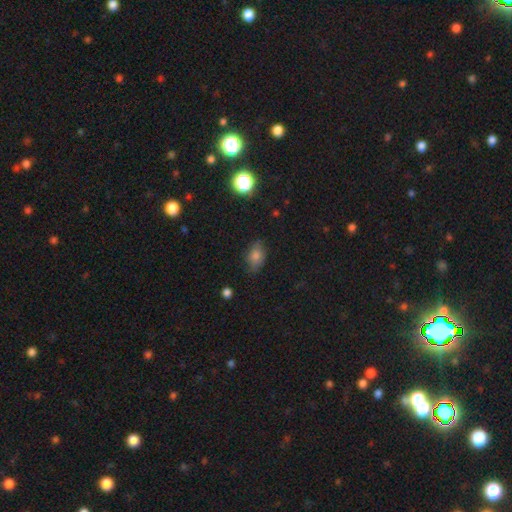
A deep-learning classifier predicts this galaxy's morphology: The model was most divided on "merging": none: 77%, minor disturbance: 18%, major disturbance: 4%, merger: 1%. More confident: how rounded — in between (82%); smooth or featured — smooth (75%).